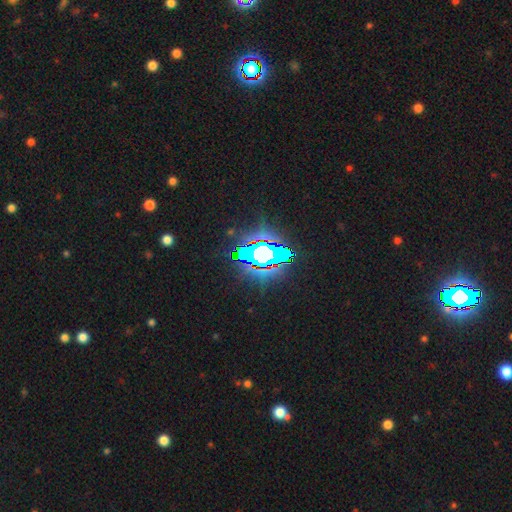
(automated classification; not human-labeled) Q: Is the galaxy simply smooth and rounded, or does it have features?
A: star or artifact — 65%.